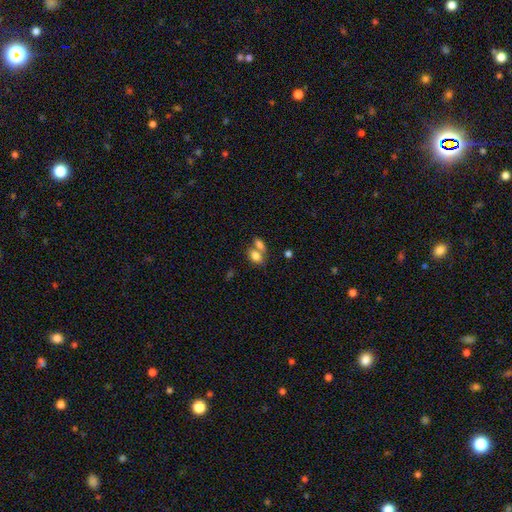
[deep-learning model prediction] A smooth galaxy with no disk features (78%) that is in between round and cigar-shaped (81%). Merging: merger (51%).